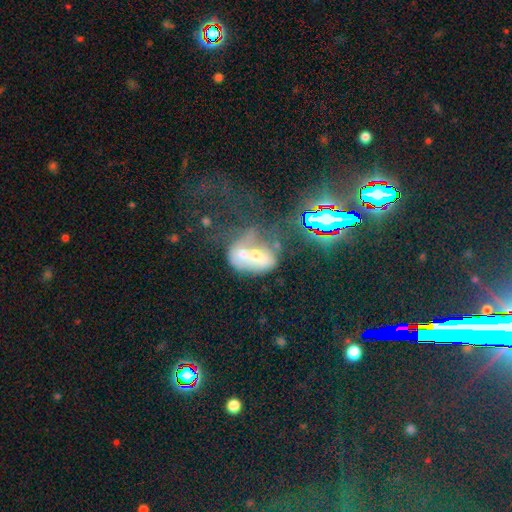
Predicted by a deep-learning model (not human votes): This is marginally a featured or disk galaxy (40%). Merging: likely merger (69%).